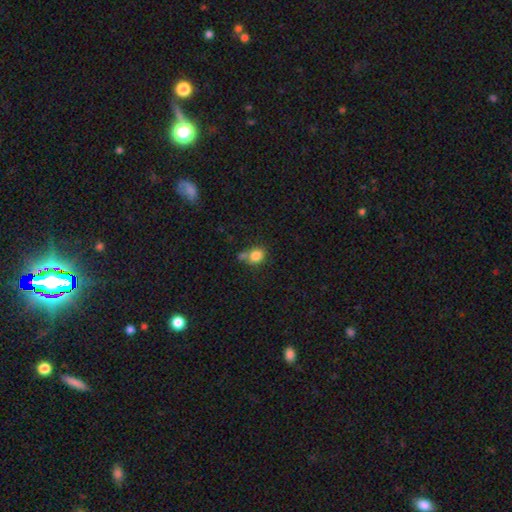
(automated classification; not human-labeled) Smooth or featured?
  - smooth: 82% *
  - star or artifact: 10%
  - featured or disk: 7%
How rounded?
  - round: 55% *
  - in between: 44%
  - cigar-shaped: 1%
Merging?
  - none: 47% *
  - merger: 28%
  - minor disturbance: 18%
  - major disturbance: 7%